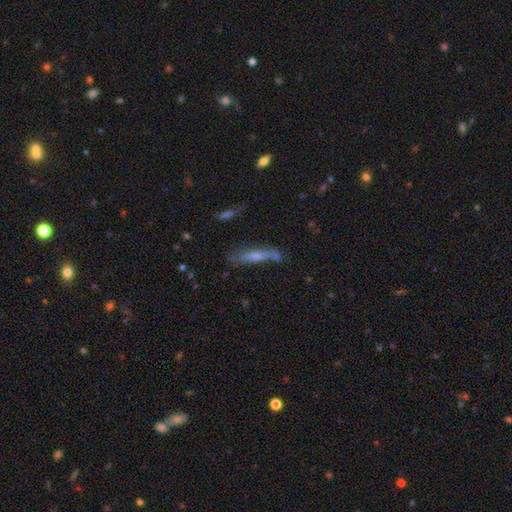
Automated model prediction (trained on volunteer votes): A featured or disk galaxy (50%).

Vote fractions:
- Smooth or featured? featured or disk: 50% / smooth: 39% / star or artifact: 11%
- Merging? none: 60% / minor disturbance: 21% / major disturbance: 9% / merger: 9%